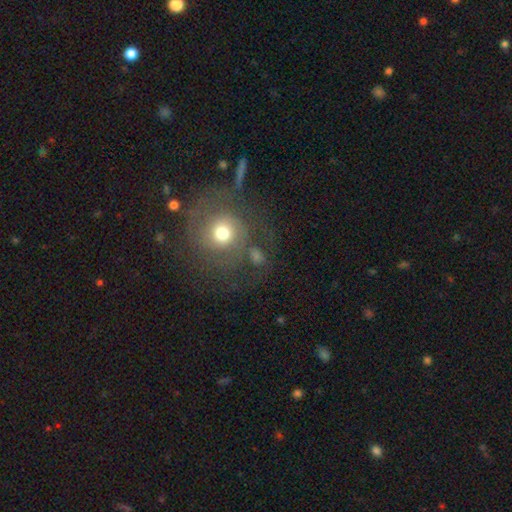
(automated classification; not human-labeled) Overall: smooth (45%; featured or disk 40%). Merging: none (59%).